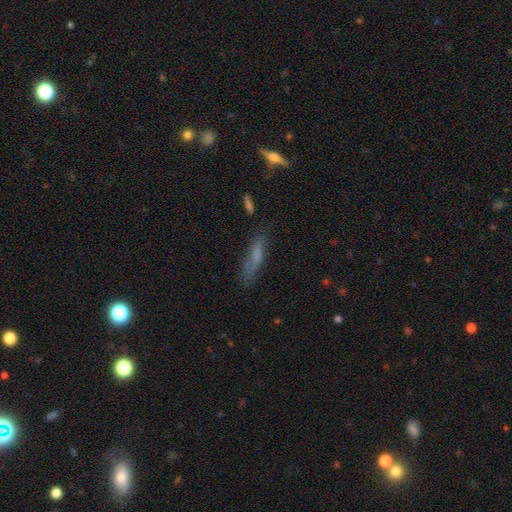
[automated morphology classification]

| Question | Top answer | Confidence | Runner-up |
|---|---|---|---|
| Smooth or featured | smooth | 63% | featured or disk (25%) |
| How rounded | cigar-shaped | 74% | in between (24%) |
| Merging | none | 66% | minor disturbance (23%) |